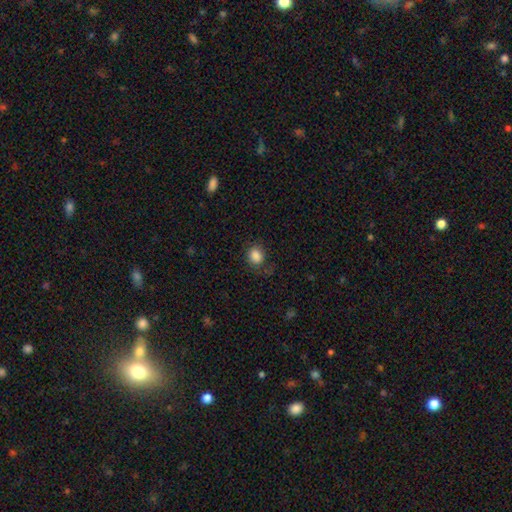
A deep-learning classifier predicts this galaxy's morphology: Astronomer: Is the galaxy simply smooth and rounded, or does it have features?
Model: smooth — 85%.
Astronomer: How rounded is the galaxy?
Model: round — 60% (runner-up: in between, 39%).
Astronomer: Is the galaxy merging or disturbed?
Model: none — 73%.